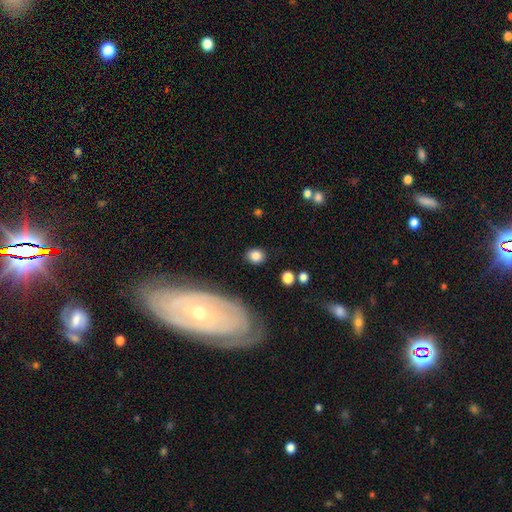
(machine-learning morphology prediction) smooth 83%, star or artifact 9%, featured or disk 8%. Down the decision tree: how rounded — round (60%); merging — none (84%).